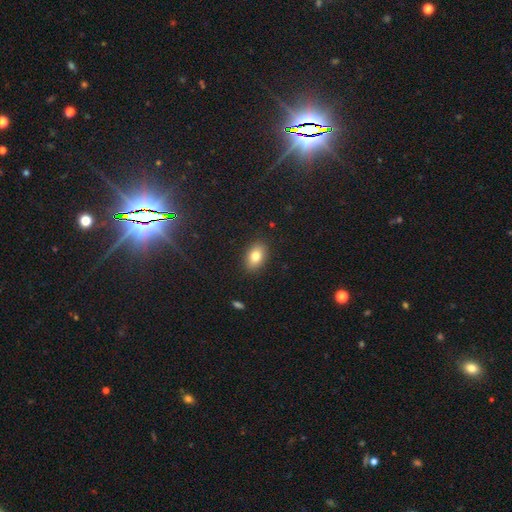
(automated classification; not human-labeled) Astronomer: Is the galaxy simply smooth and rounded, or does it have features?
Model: smooth — 80%.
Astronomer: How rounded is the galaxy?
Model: in between — 84%.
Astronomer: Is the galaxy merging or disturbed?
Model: none — 88%.